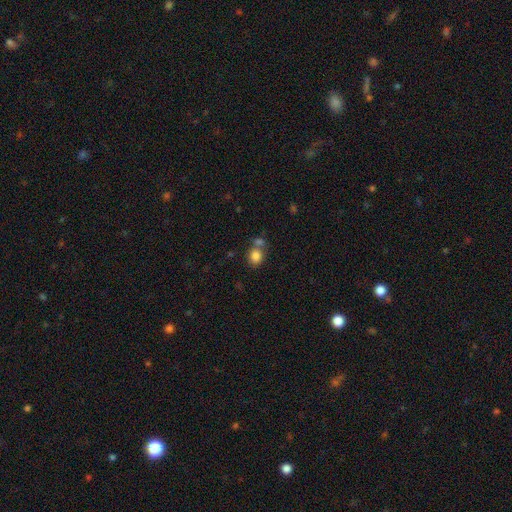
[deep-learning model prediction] Smooth or featured?
  - smooth: 83% *
  - star or artifact: 10%
  - featured or disk: 6%
How rounded?
  - round: 65% *
  - in between: 34%
  - cigar-shaped: 1%
Merging?
  - none: 55% *
  - merger: 30%
  - minor disturbance: 10%
  - major disturbance: 4%